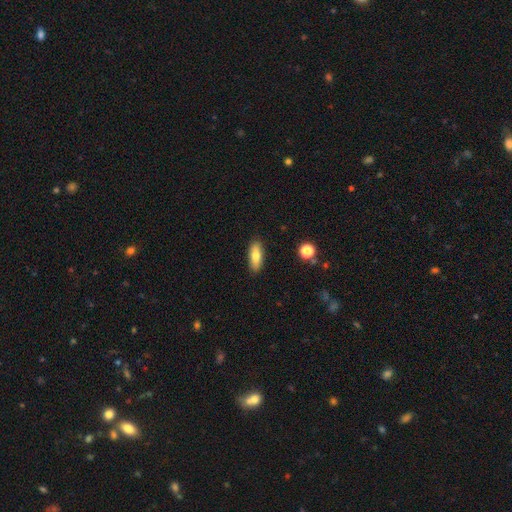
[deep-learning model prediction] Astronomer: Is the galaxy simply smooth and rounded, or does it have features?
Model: smooth — 75%.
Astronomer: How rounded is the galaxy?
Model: in between — 69%.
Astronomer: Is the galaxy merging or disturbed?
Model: none — 88%.